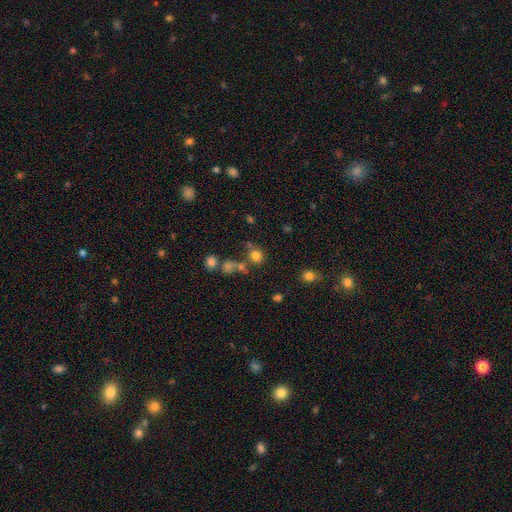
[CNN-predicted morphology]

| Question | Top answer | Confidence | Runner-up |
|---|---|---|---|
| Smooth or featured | smooth | 76% | star or artifact (16%) |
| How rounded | round | 85% | in between (14%) |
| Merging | none | 66% | merger (18%) |